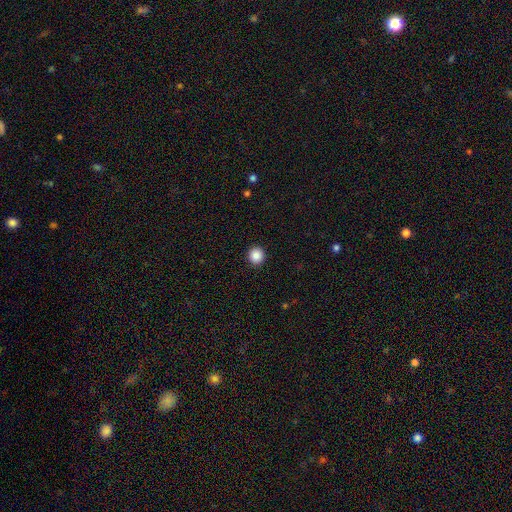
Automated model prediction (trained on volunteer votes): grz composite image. It shows a smooth galaxy with no disk features (86%) that is round (92%). Merging: none (93%).